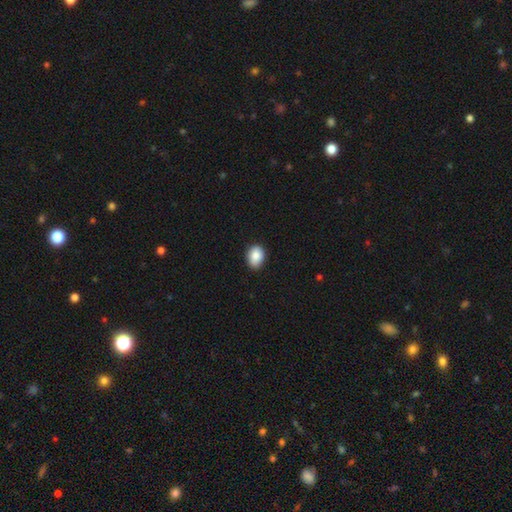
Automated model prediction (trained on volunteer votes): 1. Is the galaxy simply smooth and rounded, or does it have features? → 88% smooth, 8% star or artifact, 4% featured or disk.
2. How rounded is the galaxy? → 74% in between, 25% round, 1% cigar-shaped.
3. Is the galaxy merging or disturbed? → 86% none, 11% minor disturbance, 2% major disturbance, 1% merger.